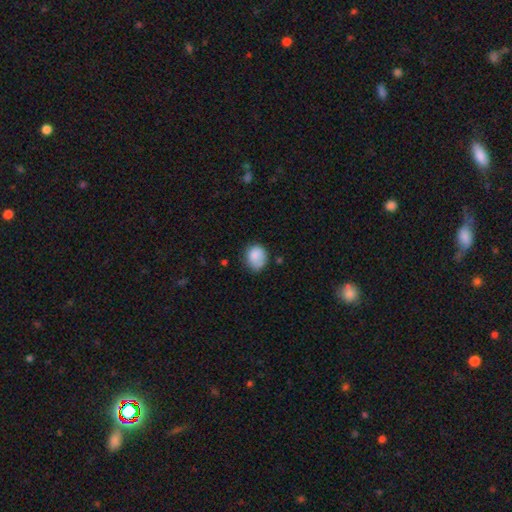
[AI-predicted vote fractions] Smooth or featured: smooth — 84% (star or artifact — 8%)
How rounded: round — 61% (in between — 38%)
Merging: none — 60% (minor disturbance — 28%)